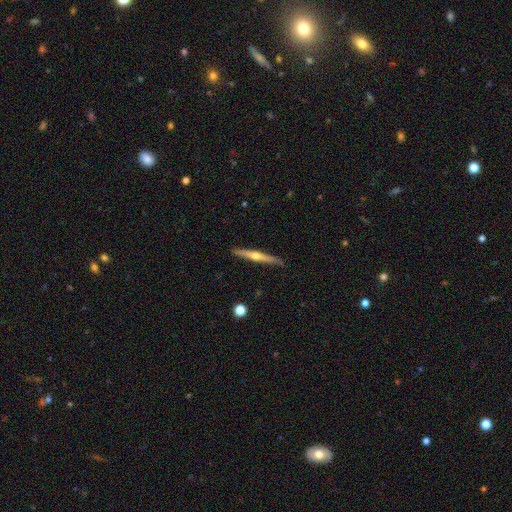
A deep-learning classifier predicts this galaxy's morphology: Smooth or featured?
  - featured or disk: 69% *
  - smooth: 25%
  - star or artifact: 5%
Edge-on disk?
  - yes: 98% *
  - no: 2%
Edge-on bulge?
  - rounded: 87% *
  - none: 11%
  - boxy: 3%
Merging?
  - none: 89% *
  - minor disturbance: 8%
  - major disturbance: 1%
  - merger: 1%